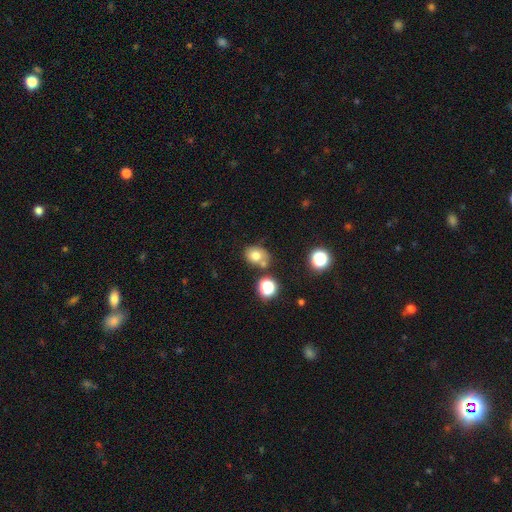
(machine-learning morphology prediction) Smooth or featured: smooth — 73% (star or artifact — 15%)
How rounded: round — 55% (in between — 44%)
Merging: none — 58% (merger — 21%)